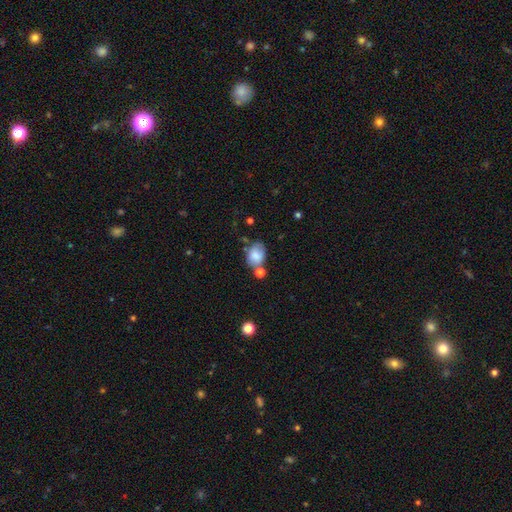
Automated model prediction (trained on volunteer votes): Smooth or featured? smooth (78%)
How rounded? in between (74%)
Merging? none (49%)